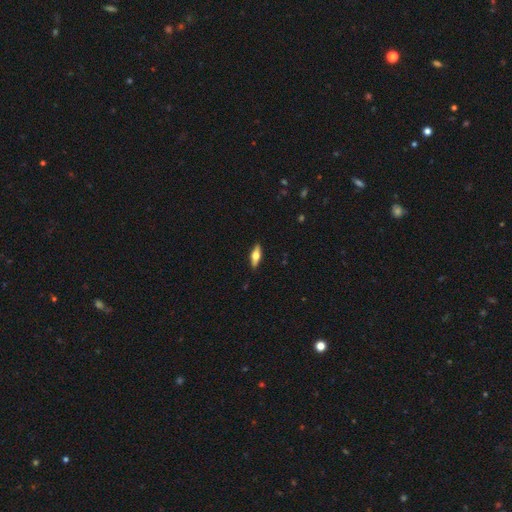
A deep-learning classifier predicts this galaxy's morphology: featured or disk 48%, smooth 45%, star or artifact 6%. Down the decision tree: merging — none (89%).